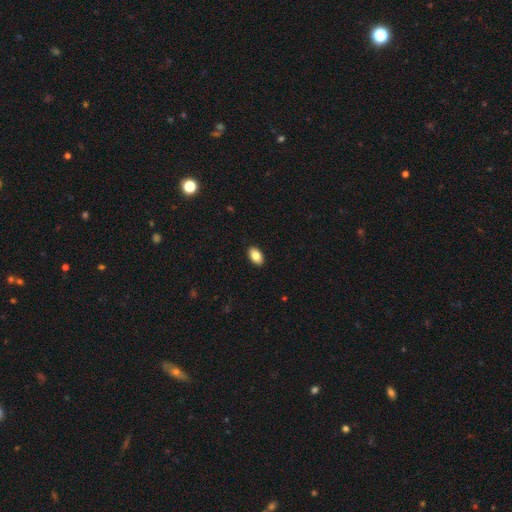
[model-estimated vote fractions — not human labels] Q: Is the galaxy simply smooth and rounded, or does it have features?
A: smooth — 85%.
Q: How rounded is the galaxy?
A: in between — 92%.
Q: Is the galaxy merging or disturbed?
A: none — 90%.